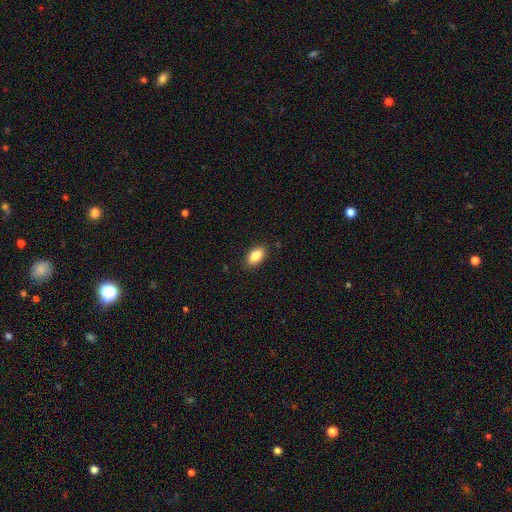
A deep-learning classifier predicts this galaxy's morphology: The model was most divided on "merging": none: 87%, minor disturbance: 10%, major disturbance: 2%, merger: 1%. More confident: how rounded — in between (92%); smooth or featured — smooth (86%).